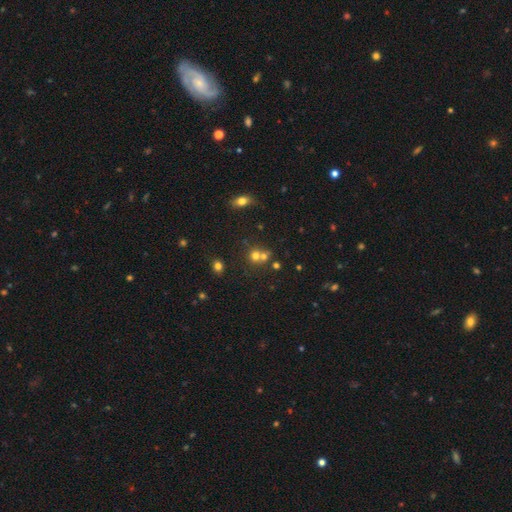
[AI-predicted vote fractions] This is likely a smooth galaxy (63%). How rounded: clearly round (82%). Merging: possibly none (46%).